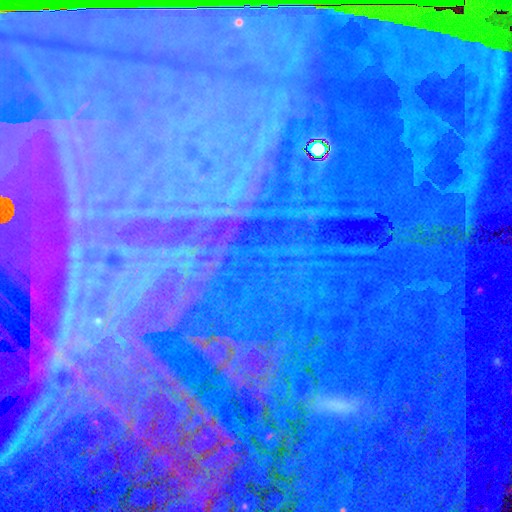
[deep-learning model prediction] Smooth or featured?
  - star or artifact: 87% *
  - featured or disk: 7%
  - smooth: 6%